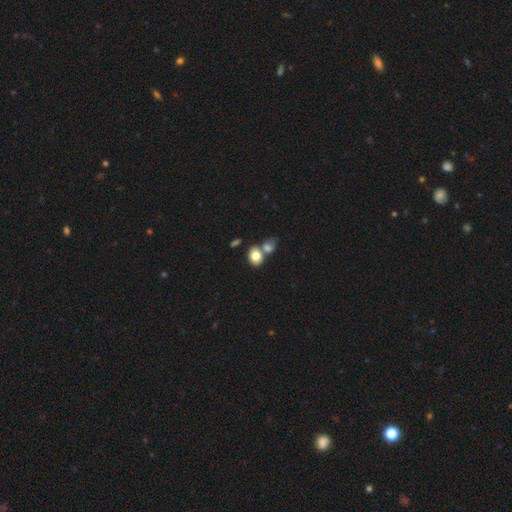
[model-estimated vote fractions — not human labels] smooth 80%, featured or disk 11%, star or artifact 9%. Down the decision tree: how rounded — in between (56%); merging — none (44%).